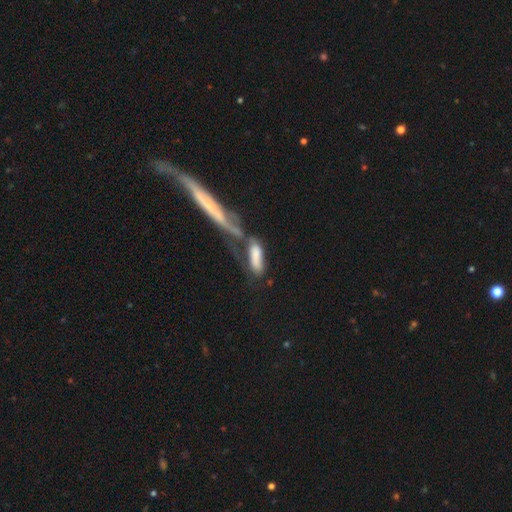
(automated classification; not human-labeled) This is likely a smooth galaxy (69%). How rounded: possibly in between (60%). Merging: possibly merger (57%).